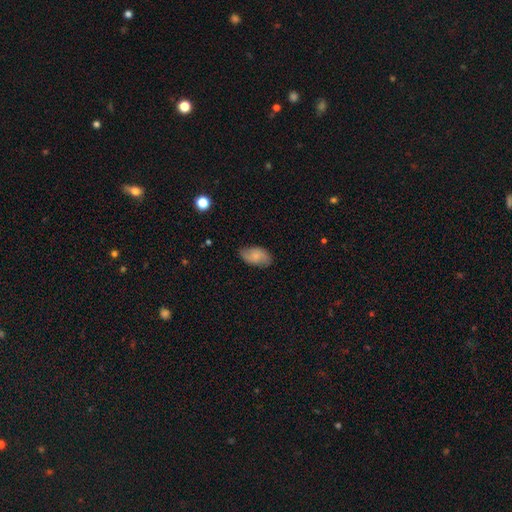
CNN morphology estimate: Smooth or featured: smooth — 59% (featured or disk — 33%)
How rounded: in between — 93% (round — 5%)
Merging: none — 77% (minor disturbance — 18%)